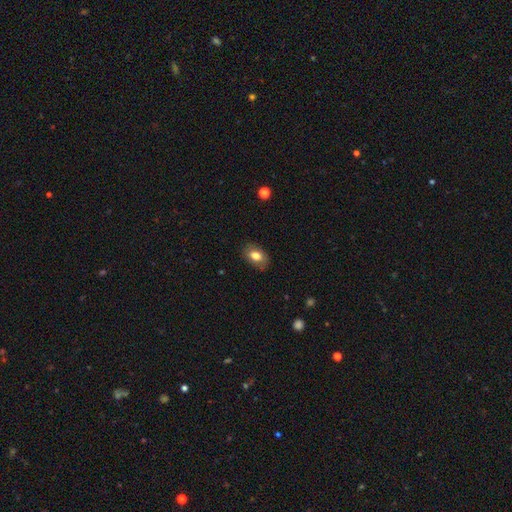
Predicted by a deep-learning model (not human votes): This is likely a smooth galaxy (78%). How rounded: clearly in between (83%). Merging: clearly none (82%).